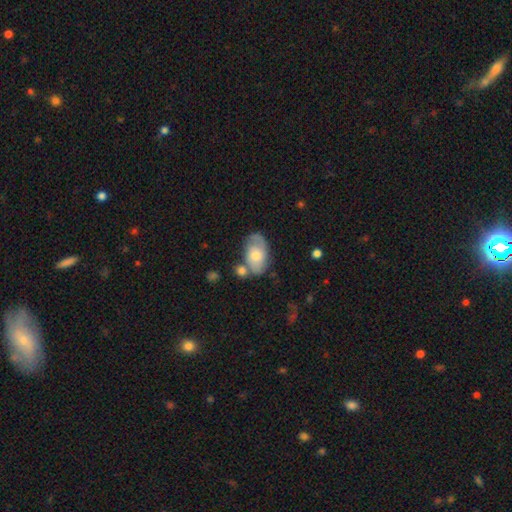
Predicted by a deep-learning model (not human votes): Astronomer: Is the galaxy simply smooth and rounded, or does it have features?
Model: smooth — 54% (runner-up: featured or disk, 39%).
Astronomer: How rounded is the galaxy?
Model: in between — 90%.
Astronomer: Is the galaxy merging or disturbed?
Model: none — 52%.